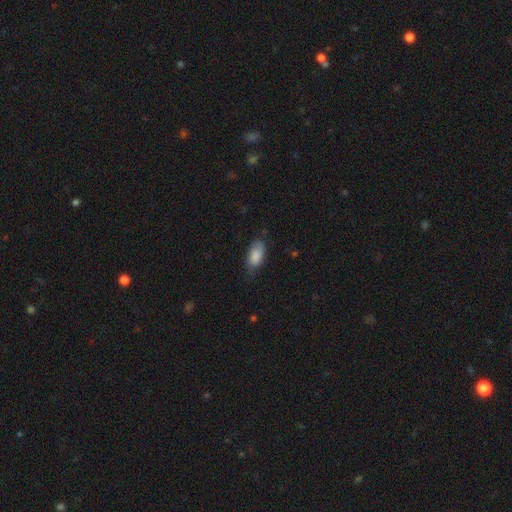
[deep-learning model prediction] A smooth galaxy with no disk features (83%) that is in between round and cigar-shaped (91%).

Vote fractions:
- Smooth or featured? smooth: 83% / featured or disk: 11% / star or artifact: 6%
- How rounded? in between: 91% / cigar-shaped: 5% / round: 3%
- Merging? none: 62% / minor disturbance: 29% / major disturbance: 7% / merger: 1%